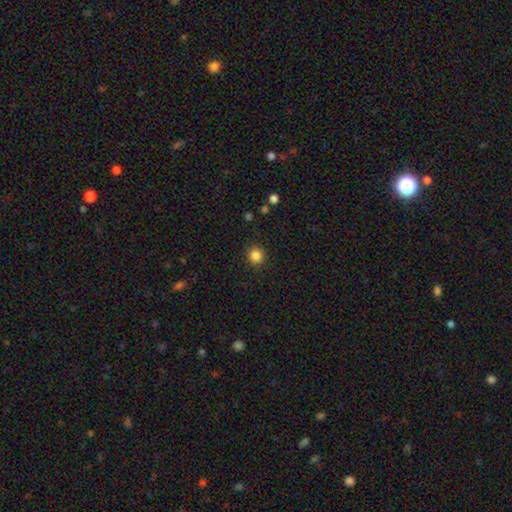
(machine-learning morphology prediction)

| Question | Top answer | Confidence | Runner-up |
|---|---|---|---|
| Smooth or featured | smooth | 85% | star or artifact (11%) |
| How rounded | round | 92% | in between (7%) |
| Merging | none | 91% | minor disturbance (6%) |